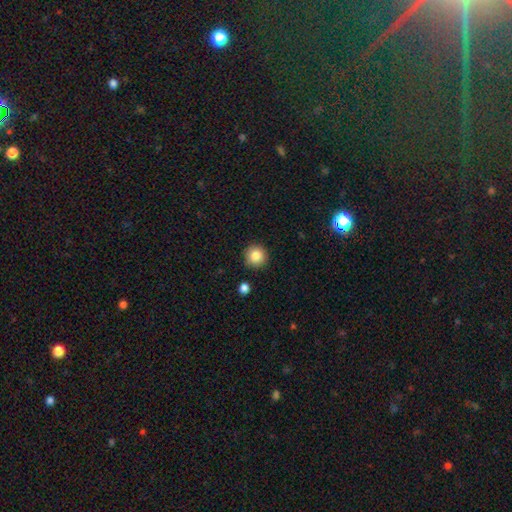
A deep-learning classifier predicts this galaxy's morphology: smooth_or_featured: smooth (p=0.85) [alt: star or artifact p=0.10]
how_rounded: round (p=0.95) [alt: in between p=0.04]
merging: none (p=0.89) [alt: minor disturbance p=0.07]